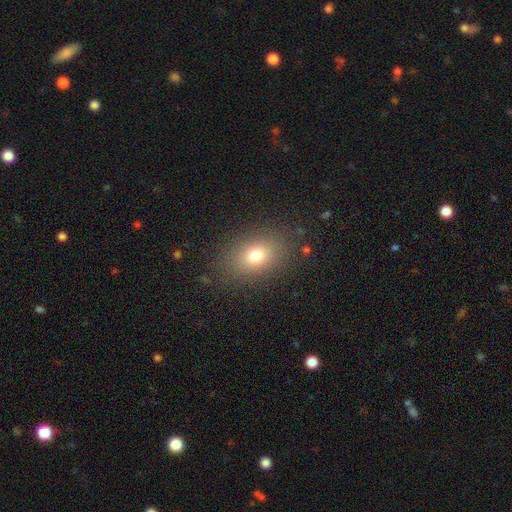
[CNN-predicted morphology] Smooth or featured: smooth — 76% (star or artifact — 13%)
How rounded: in between — 75% (round — 23%)
Merging: none — 85% (minor disturbance — 10%)